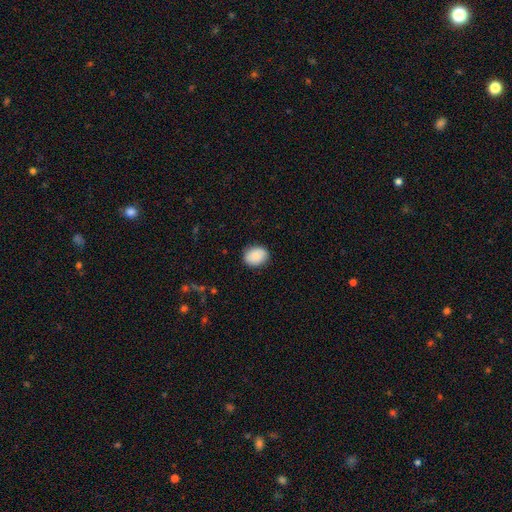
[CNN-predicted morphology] A smooth galaxy with no disk features (85%) that is in between round and cigar-shaped (59%). Merging: none (86%).